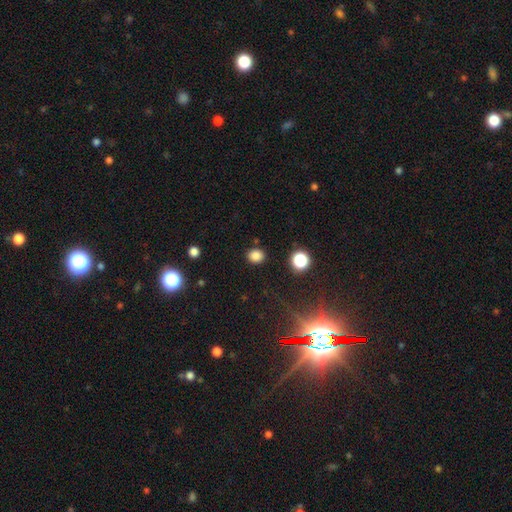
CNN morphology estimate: This is clearly a smooth galaxy (83%). How rounded: likely round (71%). Merging: clearly none (87%).